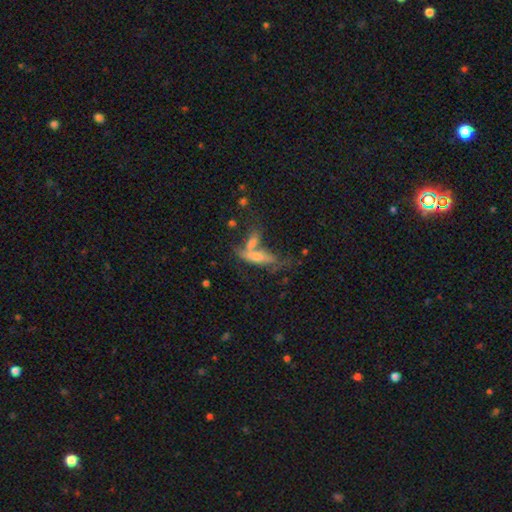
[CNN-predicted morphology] Smooth or featured?
  - smooth: 48% *
  - featured or disk: 40%
  - star or artifact: 12%
Merging?
  - merger: 40% *
  - none: 34%
  - minor disturbance: 14%
  - major disturbance: 12%